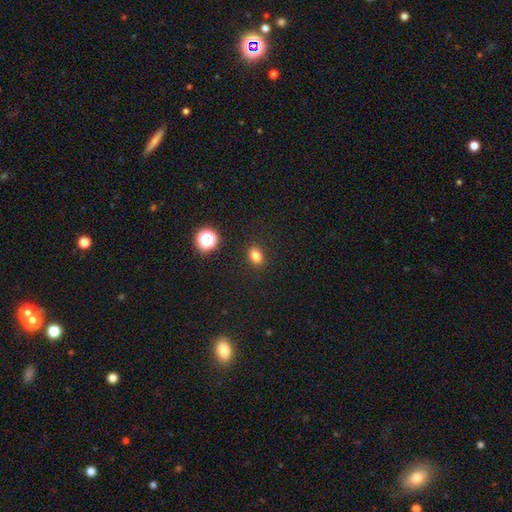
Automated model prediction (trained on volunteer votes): Overall: smooth (81%). How rounded: in between (75%). Merging: none (89%).